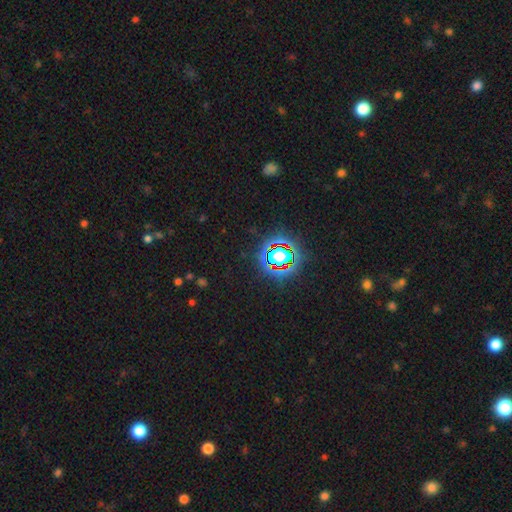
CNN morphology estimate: Smooth or featured? Predicted: star or artifact (p=0.79).